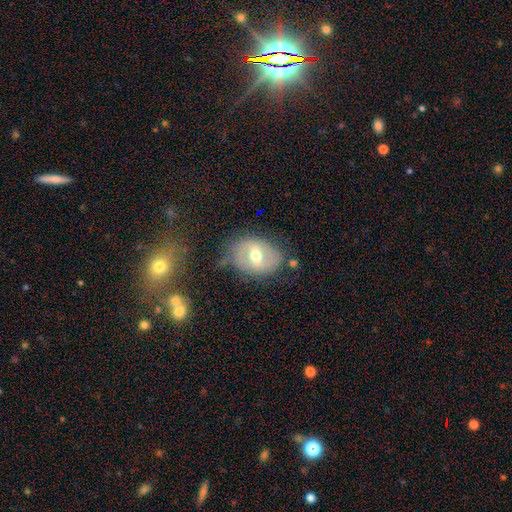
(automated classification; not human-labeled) smooth_or_featured: featured or disk (p=0.56) [alt: smooth p=0.36]
disk_edge_on: no (p=0.93) [alt: yes p=0.07]
bar: weak (p=0.47) [alt: strong p=0.32]
has_spiral_arms: no (p=0.54) [alt: yes p=0.46]
bulge_size: moderate (p=0.75) [alt: small p=0.15]
merging: none (p=0.71) [alt: minor disturbance p=0.19]